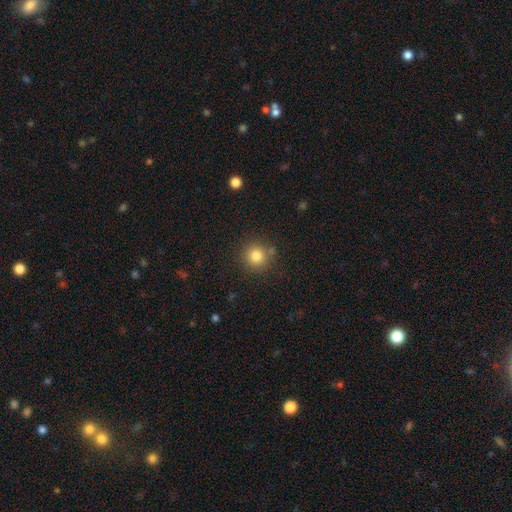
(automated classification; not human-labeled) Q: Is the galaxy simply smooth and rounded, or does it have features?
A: smooth — 81%.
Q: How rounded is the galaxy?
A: round — 94%.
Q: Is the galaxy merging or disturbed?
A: none — 84%.